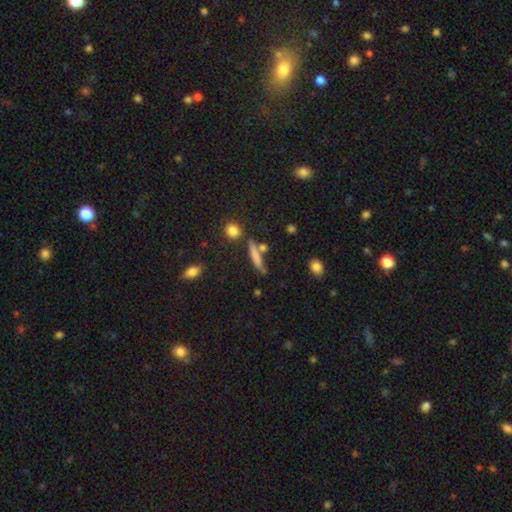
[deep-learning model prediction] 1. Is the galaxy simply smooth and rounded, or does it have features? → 69% smooth, 22% featured or disk, 9% star or artifact.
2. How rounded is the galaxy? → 83% cigar-shaped, 13% in between, 4% round.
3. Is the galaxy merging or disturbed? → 68% none, 14% minor disturbance, 13% merger, 5% major disturbance.